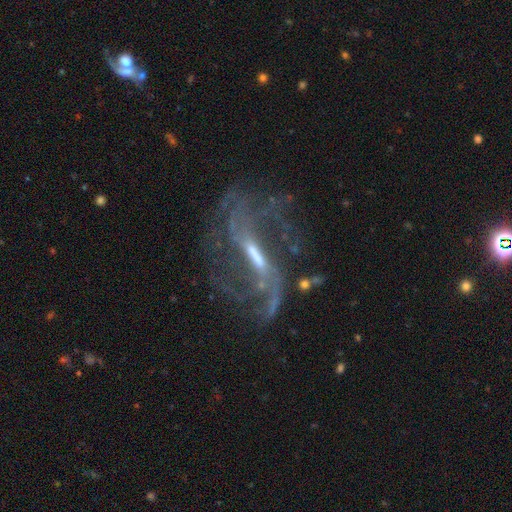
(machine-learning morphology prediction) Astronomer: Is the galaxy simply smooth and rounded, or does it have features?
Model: featured or disk — 84%.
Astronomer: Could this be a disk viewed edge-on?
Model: no — 89%.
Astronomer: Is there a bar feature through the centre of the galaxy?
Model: strong — 58%.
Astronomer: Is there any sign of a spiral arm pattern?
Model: yes — 88%.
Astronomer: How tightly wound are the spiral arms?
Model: loose — 66%.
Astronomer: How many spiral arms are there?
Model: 2 — 53%.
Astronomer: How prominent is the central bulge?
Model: small — 40% (runner-up: moderate, 36%).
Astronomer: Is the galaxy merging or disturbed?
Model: none — 46% (runner-up: major disturbance, 32%).